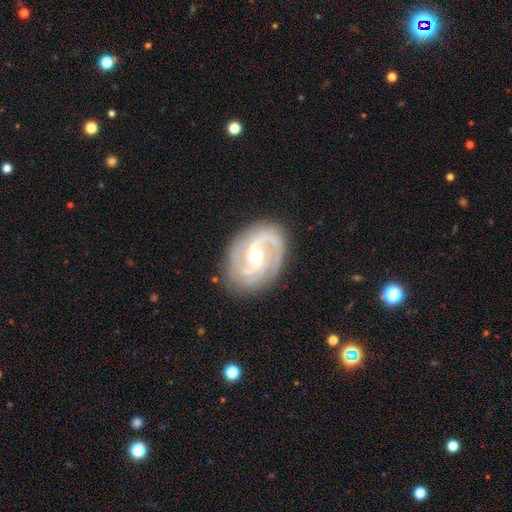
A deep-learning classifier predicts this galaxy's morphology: featured or disk 90%, smooth 5%, star or artifact 5%. Down the decision tree: edge-on disk — no (97%); bar — weak (46%); spiral arms — yes (97%); spiral arm count — 2 (74%); spiral winding — medium (50%); bulge size — moderate (51%); merging — none (83%).